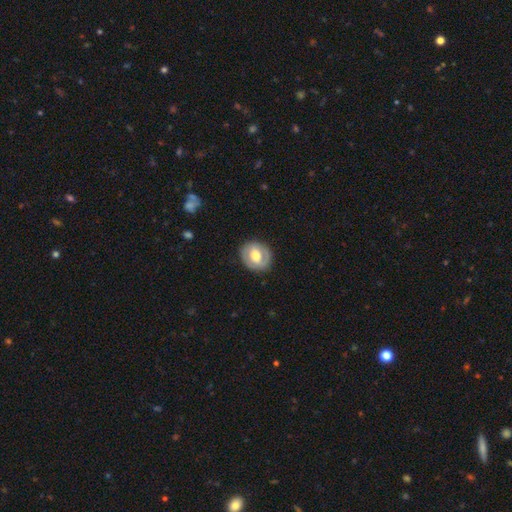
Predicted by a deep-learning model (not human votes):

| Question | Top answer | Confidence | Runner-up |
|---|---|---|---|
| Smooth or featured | featured or disk | 48% | smooth (46%) |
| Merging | none | 85% | minor disturbance (10%) |